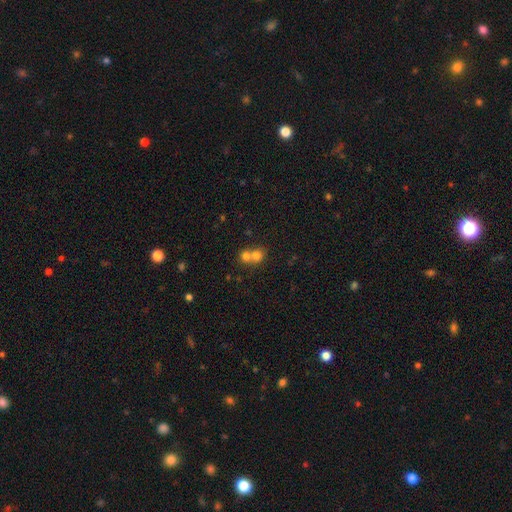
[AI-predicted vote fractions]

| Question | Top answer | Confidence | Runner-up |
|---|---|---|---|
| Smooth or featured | smooth | 73% | featured or disk (15%) |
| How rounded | round | 78% | in between (21%) |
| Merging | merger | 64% | none (29%) |